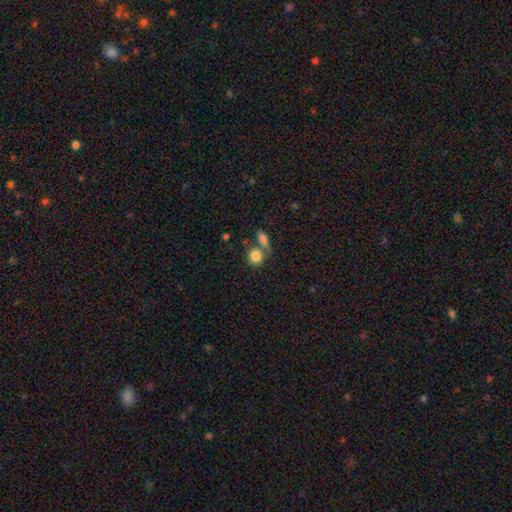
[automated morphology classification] Smooth or featured: smooth — 83% (star or artifact — 8%)
How rounded: round — 76% (in between — 22%)
Merging: none — 50% (merger — 35%)